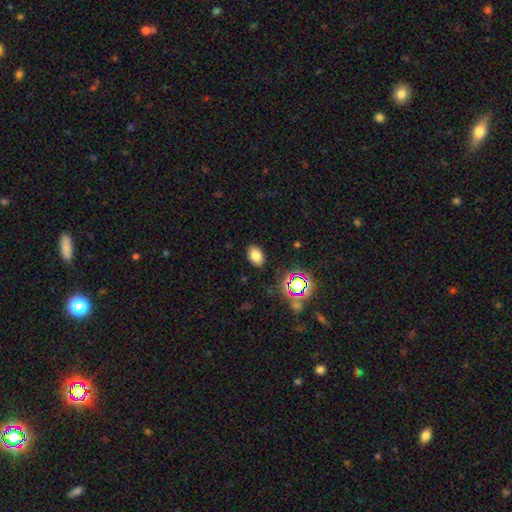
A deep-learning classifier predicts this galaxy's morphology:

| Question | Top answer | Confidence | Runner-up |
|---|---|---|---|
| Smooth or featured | smooth | 76% | star or artifact (16%) |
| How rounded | in between | 84% | round (15%) |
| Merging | none | 86% | minor disturbance (9%) |